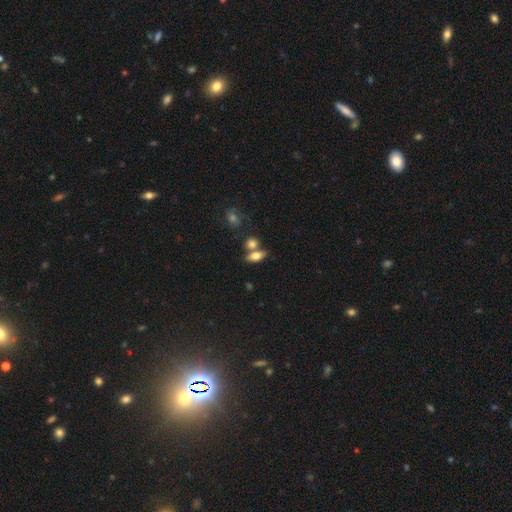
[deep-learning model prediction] Smooth or featured: smooth — 71% (featured or disk — 21%)
How rounded: in between — 78% (cigar-shaped — 15%)
Merging: none — 55% (merger — 29%)